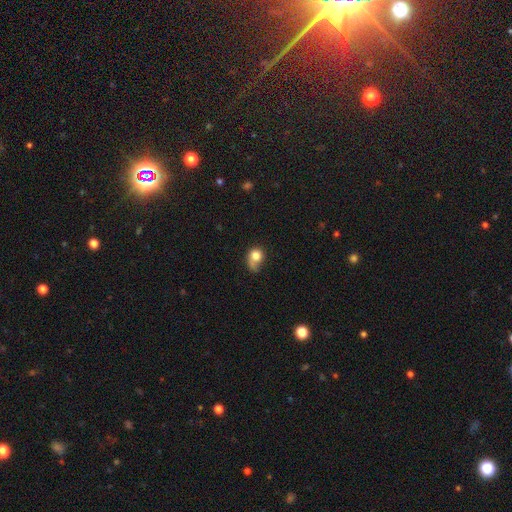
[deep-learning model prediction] A smooth galaxy with no disk features (75%) that is round (57%).

Vote fractions:
- Smooth or featured? smooth: 75% / featured or disk: 16% / star or artifact: 9%
- How rounded? round: 57% / in between: 41% / cigar-shaped: 1%
- Merging? none: 32% / minor disturbance: 31% / major disturbance: 30% / merger: 7%